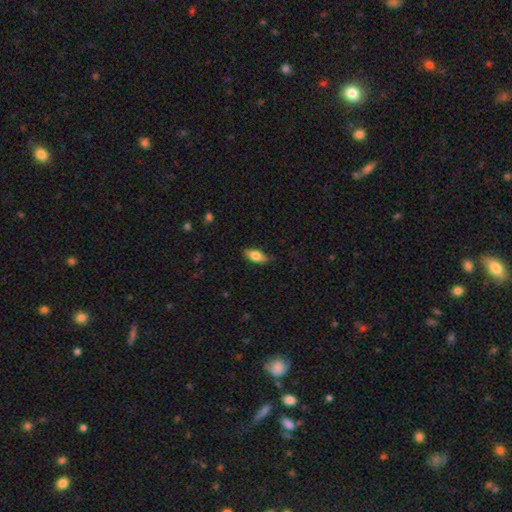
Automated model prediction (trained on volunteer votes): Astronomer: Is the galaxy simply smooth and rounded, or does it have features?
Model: smooth — 72%.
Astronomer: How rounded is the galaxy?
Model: in between — 81%.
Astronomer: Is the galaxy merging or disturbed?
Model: none — 80%.